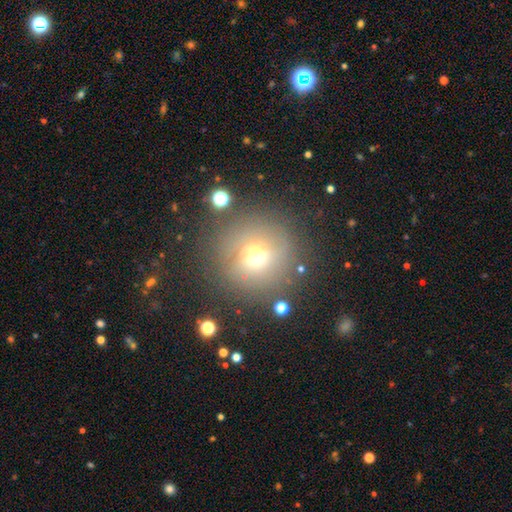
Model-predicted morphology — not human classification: A smooth galaxy with no disk features (58%) that is round (94%). Merging: none (81%).